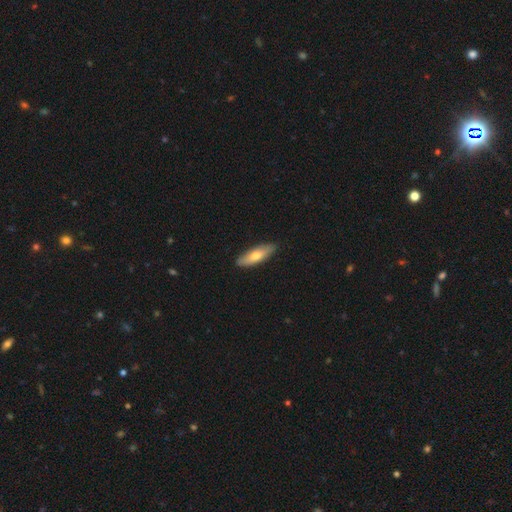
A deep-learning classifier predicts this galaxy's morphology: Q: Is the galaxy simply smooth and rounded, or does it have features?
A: smooth — 67%.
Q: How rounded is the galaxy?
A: in between — 52%.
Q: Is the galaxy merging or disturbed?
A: none — 88%.